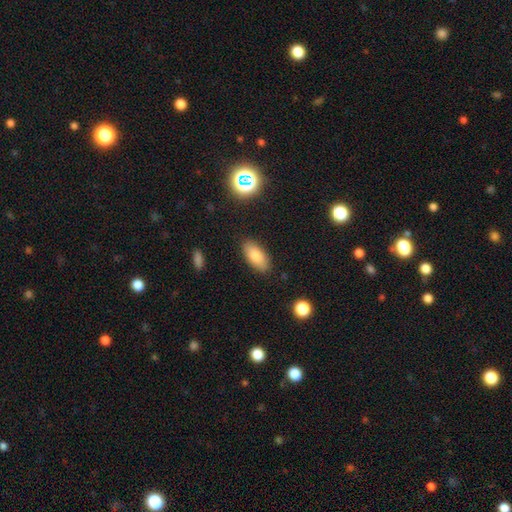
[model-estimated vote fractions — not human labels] Smooth or featured: smooth — 82% (featured or disk — 10%)
How rounded: in between — 89% (cigar-shaped — 9%)
Merging: none — 86% (minor disturbance — 10%)